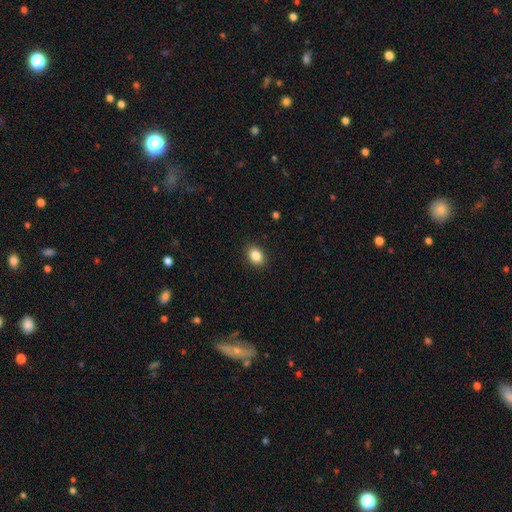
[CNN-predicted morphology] Smooth or featured: smooth — 86% (star or artifact — 9%)
How rounded: in between — 69% (round — 29%)
Merging: none — 90% (minor disturbance — 7%)